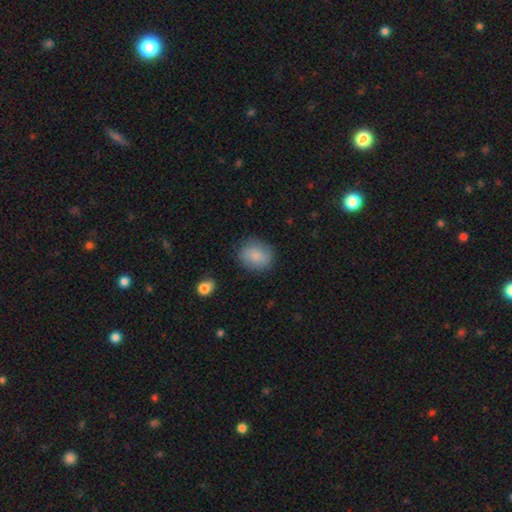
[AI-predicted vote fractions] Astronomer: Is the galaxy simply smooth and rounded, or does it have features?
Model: smooth — 85%.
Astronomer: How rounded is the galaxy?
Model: round — 59% (runner-up: in between, 40%).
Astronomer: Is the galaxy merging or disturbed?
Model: none — 79%.